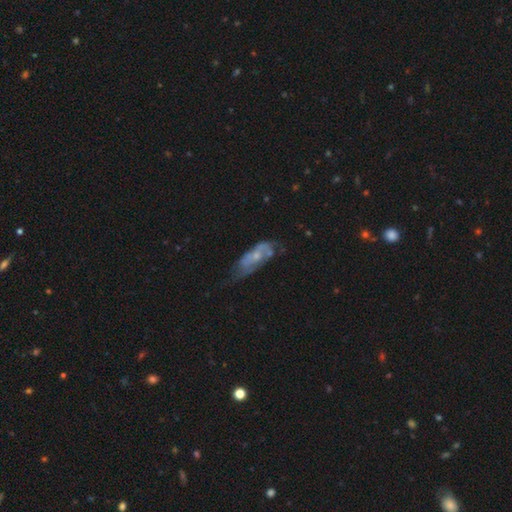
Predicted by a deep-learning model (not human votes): This appears to be a featured or disk galaxy (58%). Merging: none (42%).